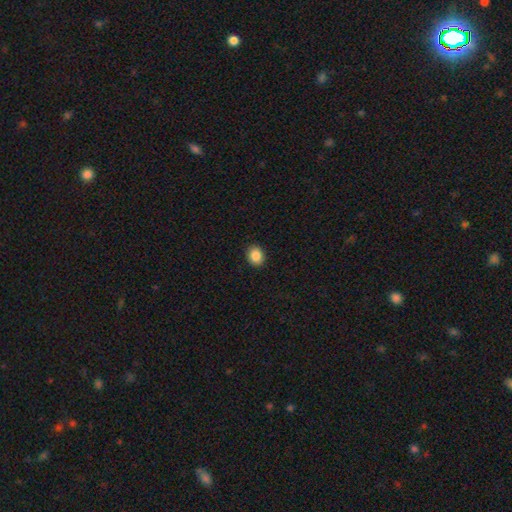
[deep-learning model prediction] This appears to be a smooth galaxy with no disk features (87%) that is round (59%). Merging: none (91%).